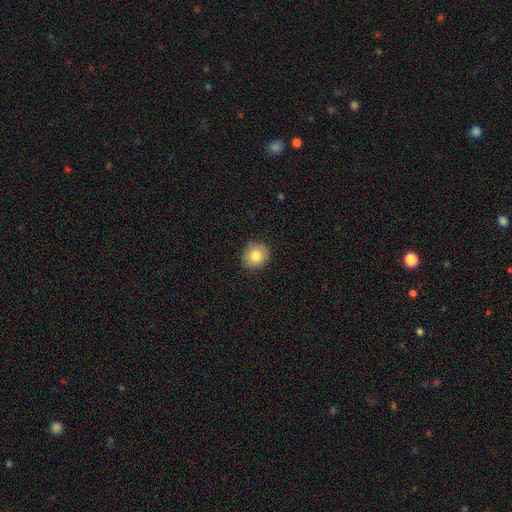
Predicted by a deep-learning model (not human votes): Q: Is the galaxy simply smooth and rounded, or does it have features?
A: smooth — 83%.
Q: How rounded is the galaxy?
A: round — 82%.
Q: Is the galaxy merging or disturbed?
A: none — 89%.